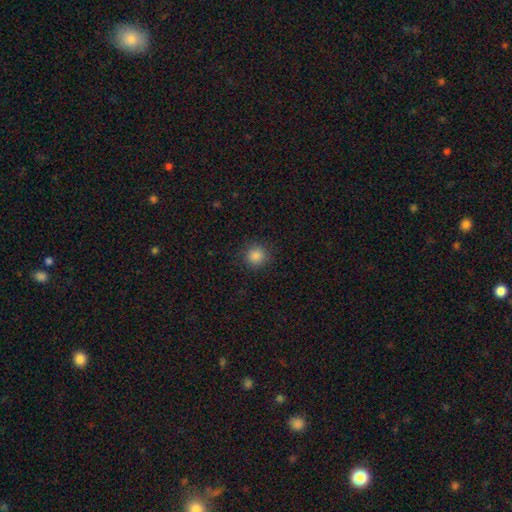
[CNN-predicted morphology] This is clearly a smooth galaxy (86%). How rounded: clearly round (93%). Merging: clearly none (89%).